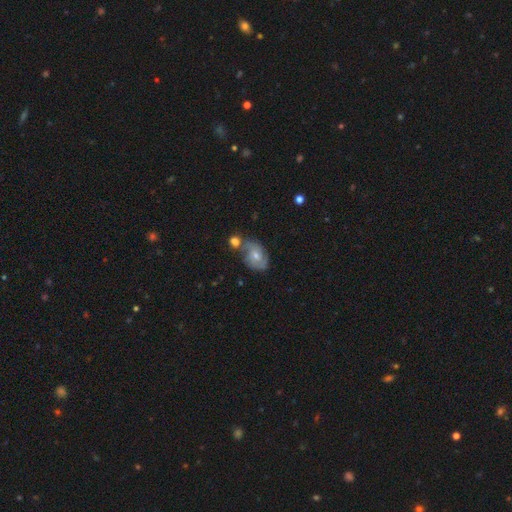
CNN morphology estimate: type=featured or disk (58%); edge-on=no (97%); bar=no (71%); spiral arms=yes (82%); bulge=small (52%); merging=none (45%).